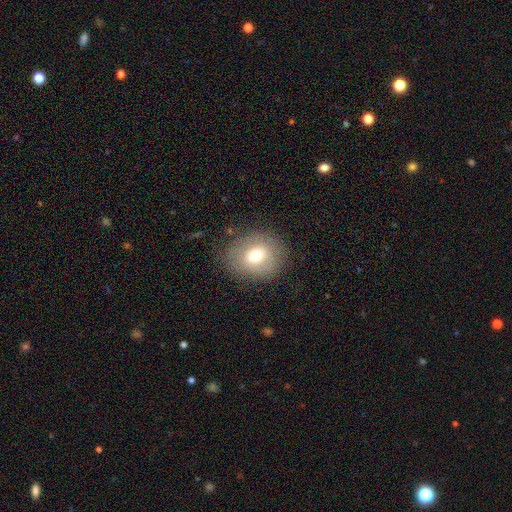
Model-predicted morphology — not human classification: Smooth or featured? smooth (68%)
How rounded? round (67%)
Merging? none (80%)